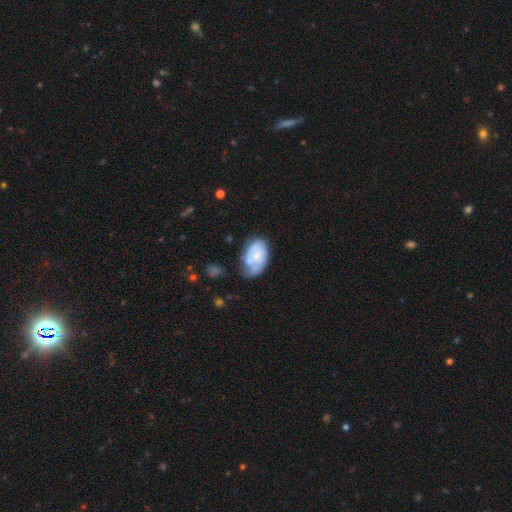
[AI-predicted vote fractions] smooth-or-featured: smooth: 47% | featured or disk: 46% | star or artifact: 6%
  merging: none: 41% | minor disturbance: 32% | merger: 14% | major disturbance: 13%